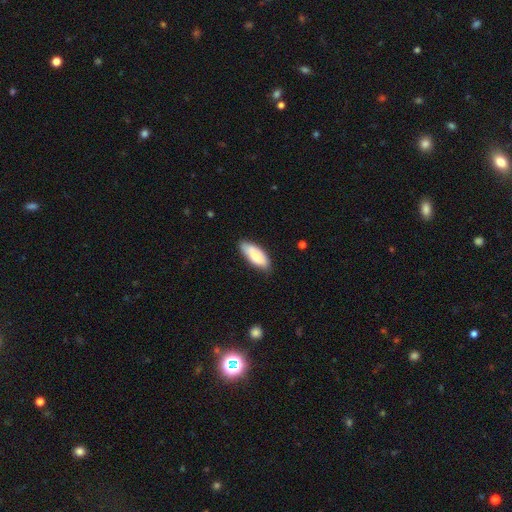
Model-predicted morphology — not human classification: A smooth galaxy with no disk features (79%) that is in between round and cigar-shaped (80%).

Vote fractions:
- Smooth or featured? smooth: 79% / featured or disk: 15% / star or artifact: 6%
- How rounded? in between: 80% / cigar-shaped: 18% / round: 2%
- Merging? none: 78% / minor disturbance: 18% / major disturbance: 3% / merger: 1%